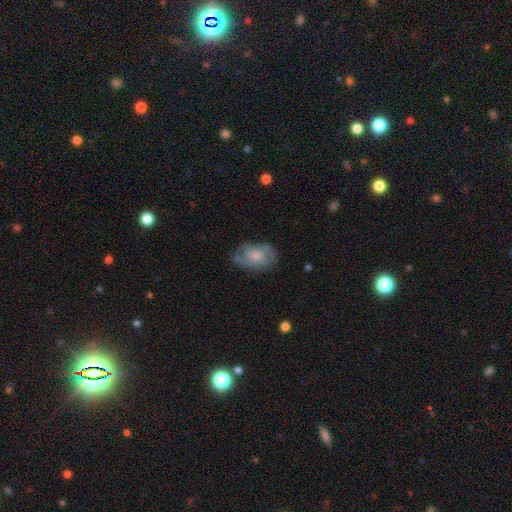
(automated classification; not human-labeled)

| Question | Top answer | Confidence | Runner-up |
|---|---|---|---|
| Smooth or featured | featured or disk | 52% | smooth (41%) |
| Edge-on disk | no | 96% | yes (4%) |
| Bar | no | 77% | weak (20%) |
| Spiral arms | yes | 74% | no (26%) |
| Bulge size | small | 44% | moderate (38%) |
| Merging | none | 62% | minor disturbance (24%) |